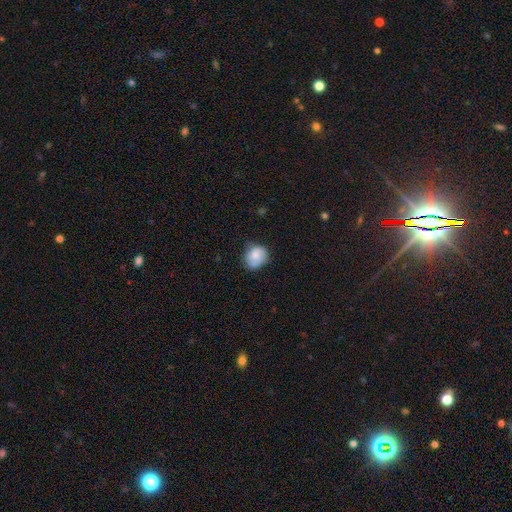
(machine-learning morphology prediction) smooth 77%, featured or disk 15%, star or artifact 8%. Down the decision tree: how rounded — round (68%); merging — none (62%).